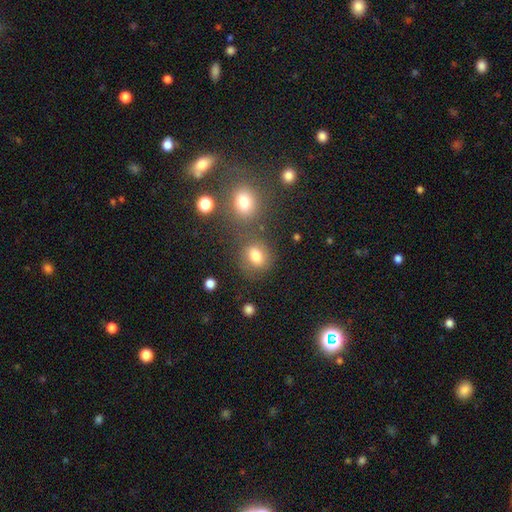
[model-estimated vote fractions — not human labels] Smooth or featured? Predicted: smooth (p=0.78). How rounded? Predicted: round (p=0.52). Merging? Predicted: none (p=0.65).